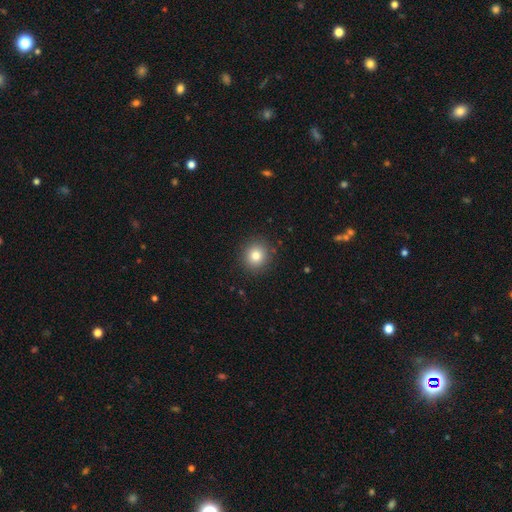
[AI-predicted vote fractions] The model was most divided on "smooth or featured": smooth: 80%, star or artifact: 12%, featured or disk: 8%. More confident: merging — none (90%); how rounded — round (89%).